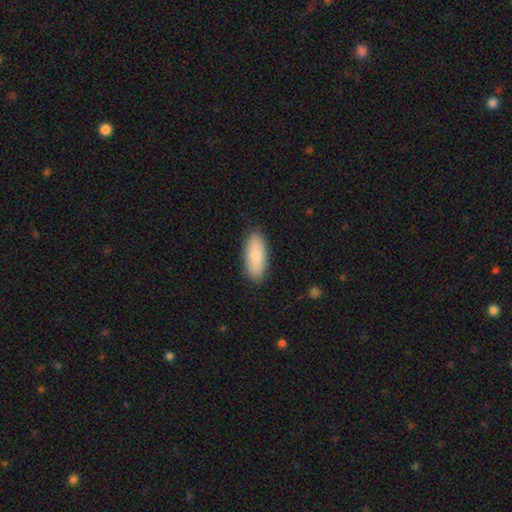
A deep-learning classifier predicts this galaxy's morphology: smooth-or-featured: smooth: 82% | featured or disk: 12% | star or artifact: 6%
  how-rounded: in between: 79% | cigar-shaped: 19% | round: 2%
  merging: none: 88% | minor disturbance: 9% | major disturbance: 2% | merger: 1%